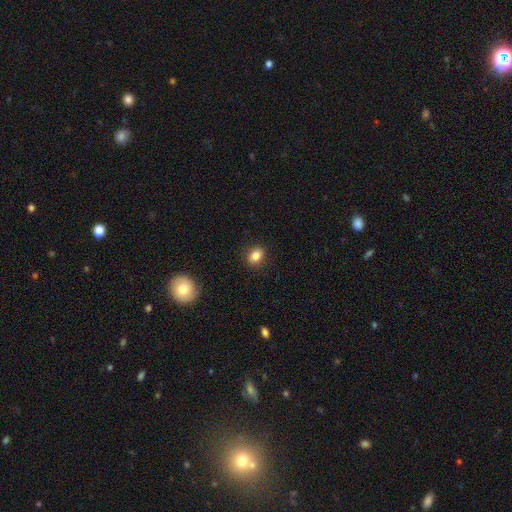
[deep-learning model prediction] Smooth or featured? smooth (84%)
How rounded? in between (60%)
Merging? none (89%)